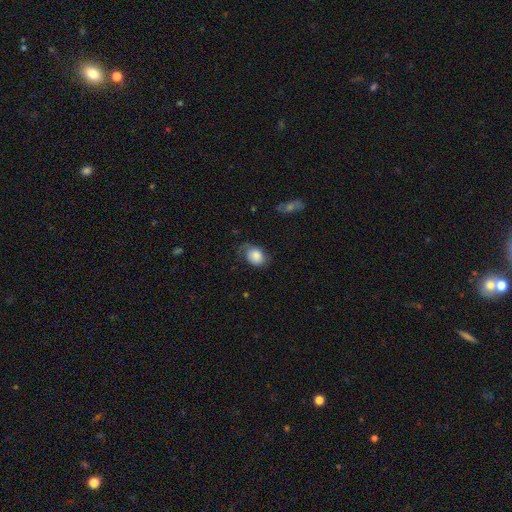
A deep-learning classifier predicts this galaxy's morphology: Q: Smooth or featured?
A: smooth (76%); runner-up: featured or disk (16%)
Q: How rounded?
A: in between (69%); runner-up: round (30%)
Q: Merging?
A: none (52%); runner-up: minor disturbance (32%)